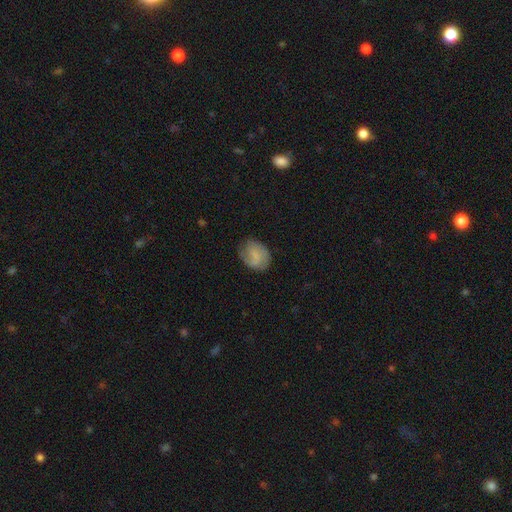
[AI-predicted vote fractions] smooth 60%, featured or disk 32%, star or artifact 8%. Down the decision tree: how rounded — in between (59%); merging — none (65%).